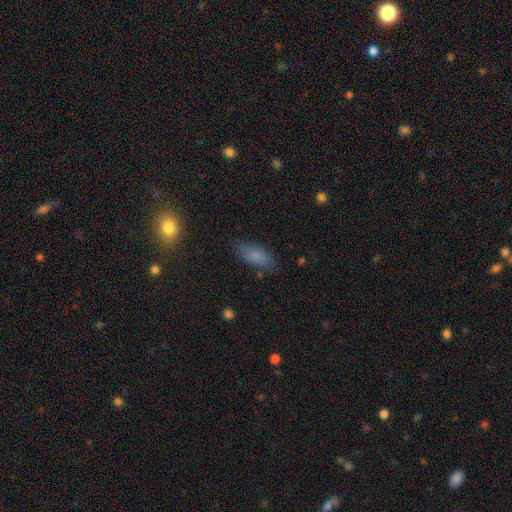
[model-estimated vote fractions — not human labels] Smooth or featured? smooth (80%)
How rounded? in between (79%)
Merging? none (77%)